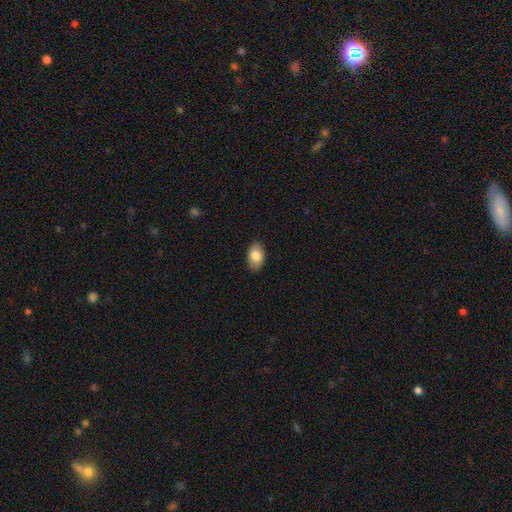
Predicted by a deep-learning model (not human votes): This is clearly a smooth galaxy (83%). How rounded: clearly in between (90%). Merging: clearly none (88%).